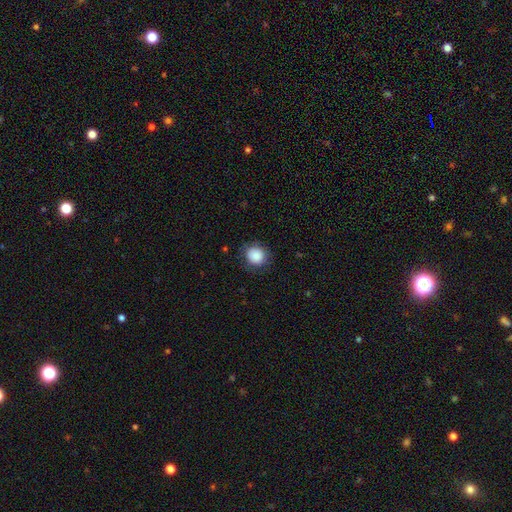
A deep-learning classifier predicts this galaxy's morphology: smooth-or-featured: smooth: 86% | star or artifact: 9% | featured or disk: 5%
  how-rounded: round: 86% | in between: 13% | cigar-shaped: 1%
  merging: none: 83% | minor disturbance: 12% | major disturbance: 4% | merger: 1%